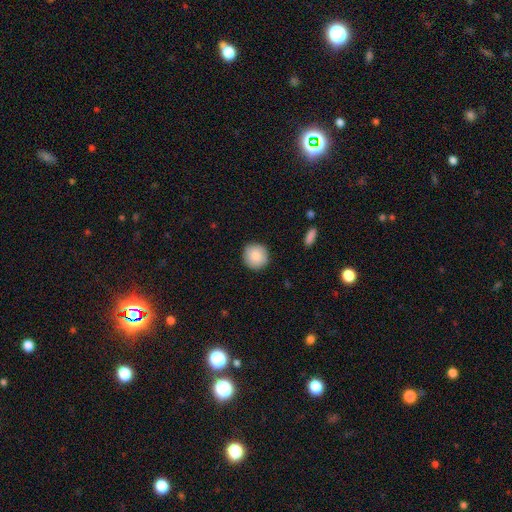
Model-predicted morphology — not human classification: This appears to be a smooth galaxy with no disk features (85%) that is round (94%). Merging: none (89%).